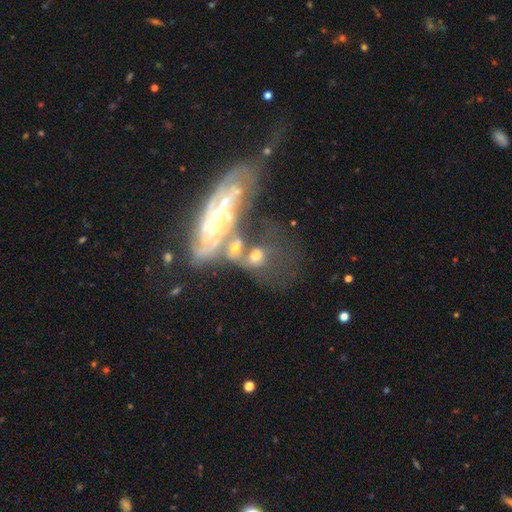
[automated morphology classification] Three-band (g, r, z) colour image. It shows a featured or disk galaxy (73%) with no bar (63%), tight (60%) spiral arms (86%) and a small central bulge (60%). Merging: merger (39%).